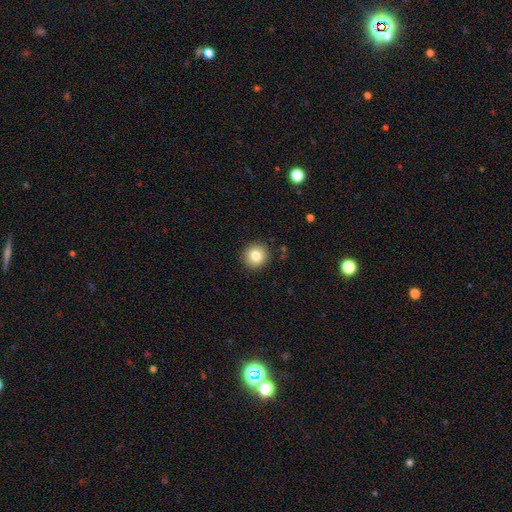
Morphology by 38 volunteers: This appears to be a smooth galaxy with no disk features (84%) that is round (100%). Merging: none (97%).